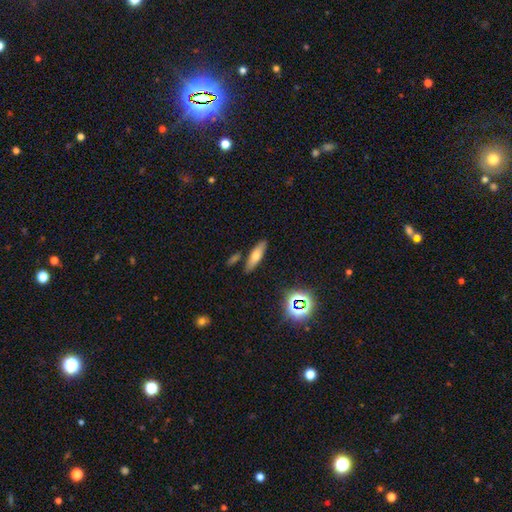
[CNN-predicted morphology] Q: Smooth or featured?
A: smooth (61%); runner-up: featured or disk (27%)
Q: How rounded?
A: cigar-shaped (58%); runner-up: in between (39%)
Q: Merging?
A: none (82%); runner-up: minor disturbance (10%)